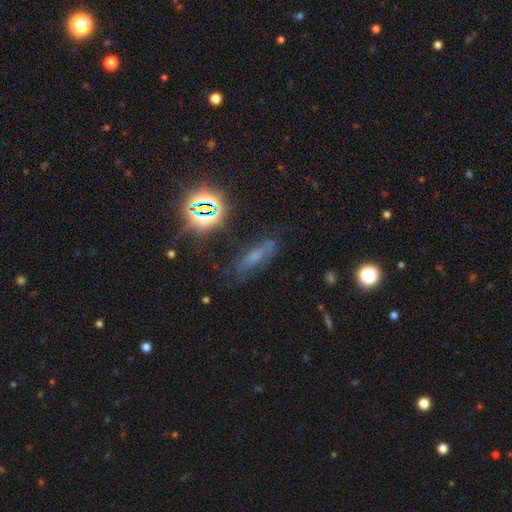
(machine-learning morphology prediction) smooth-or-featured: smooth: 39% | star or artifact: 34% | featured or disk: 27%
  merging: none: 64% | minor disturbance: 21% | major disturbance: 10% | merger: 4%